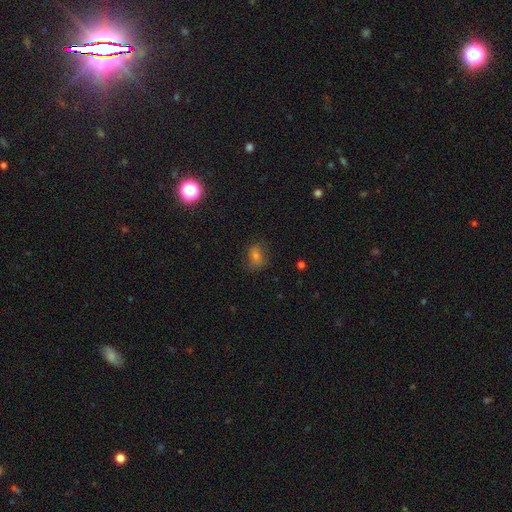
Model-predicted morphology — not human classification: Q: Smooth or featured?
A: smooth (65%); runner-up: star or artifact (22%)
Q: How rounded?
A: in between (61%); runner-up: round (36%)
Q: Merging?
A: none (73%); runner-up: minor disturbance (19%)